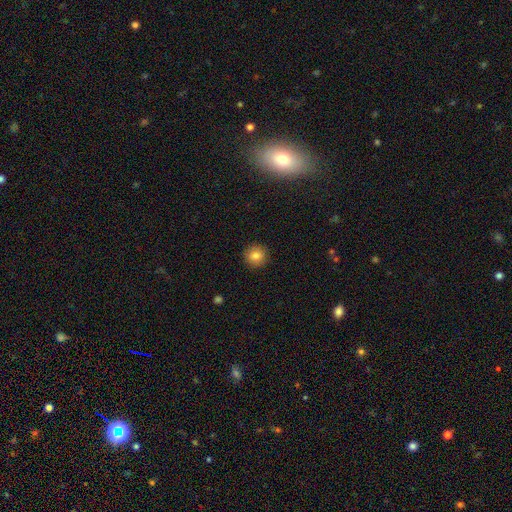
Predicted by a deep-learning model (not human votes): Smooth or featured? smooth (83%)
How rounded? round (94%)
Merging? none (92%)